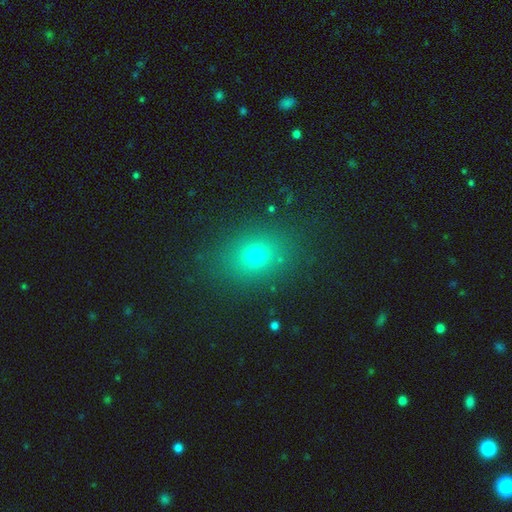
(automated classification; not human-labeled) Smooth or featured? smooth (69%)
How rounded? in between (53%)
Merging? none (85%)